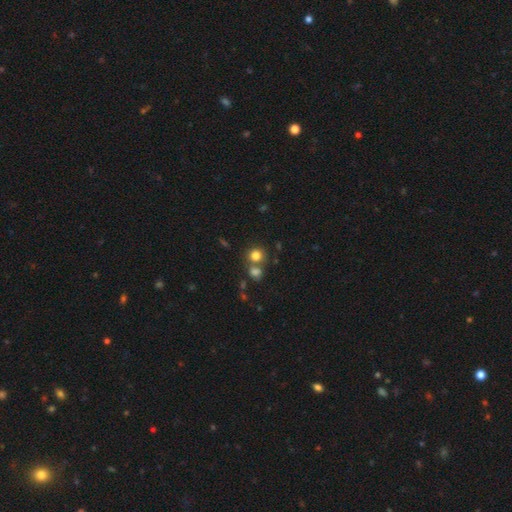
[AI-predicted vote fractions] Overall: smooth (78%). How rounded: round (84%). Merging: none (59%; merger 30%).